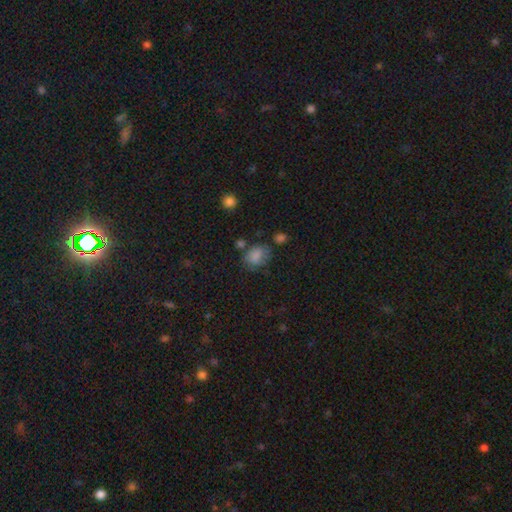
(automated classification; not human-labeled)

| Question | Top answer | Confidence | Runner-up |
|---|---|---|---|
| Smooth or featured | smooth | 80% | star or artifact (11%) |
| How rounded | in between | 63% | round (36%) |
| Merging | none | 56% | minor disturbance (25%) |